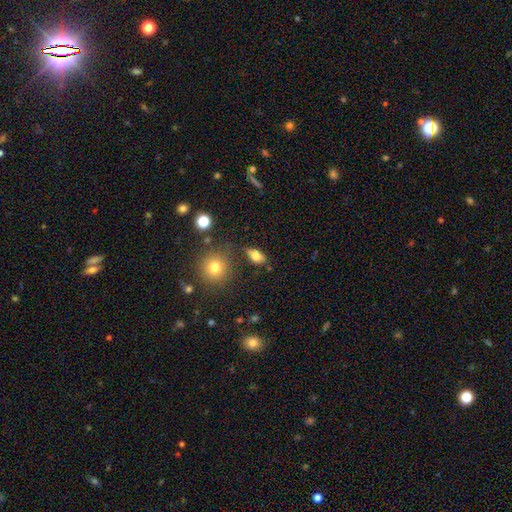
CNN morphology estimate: smooth 76%, featured or disk 13%, star or artifact 11%. Down the decision tree: how rounded — in between (80%); merging — none (70%).